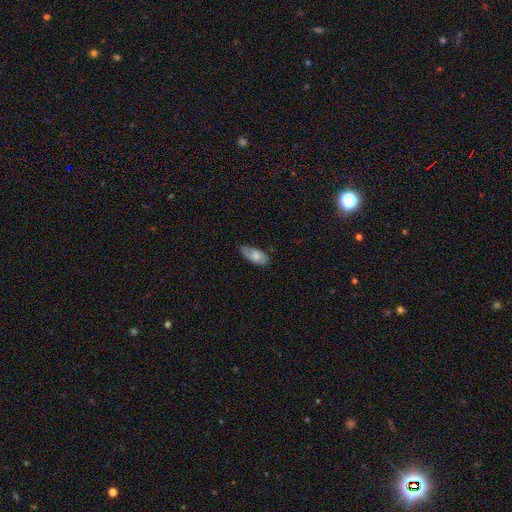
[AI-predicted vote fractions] Smooth or featured? smooth (67%)
How rounded? in between (89%)
Merging? none (65%)